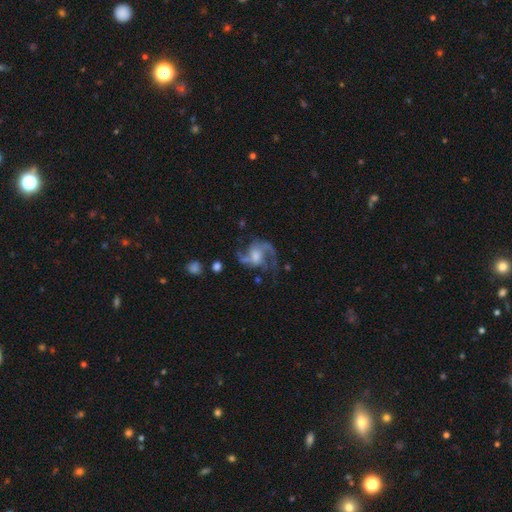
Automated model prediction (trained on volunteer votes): Q: Smooth or featured?
A: featured or disk (84%); runner-up: smooth (9%)
Q: Edge-on disk?
A: no (98%); runner-up: yes (2%)
Q: Bar?
A: no (48%); runner-up: weak (41%)
Q: Spiral arms?
A: yes (94%); runner-up: no (6%)
Q: Spiral winding?
A: medium (48%); runner-up: loose (41%)
Q: Spiral arm count?
A: 2 (70%); runner-up: 3 (11%)
Q: Bulge size?
A: moderate (42%); runner-up: small (24%)
Q: Merging?
A: none (53%); runner-up: major disturbance (25%)